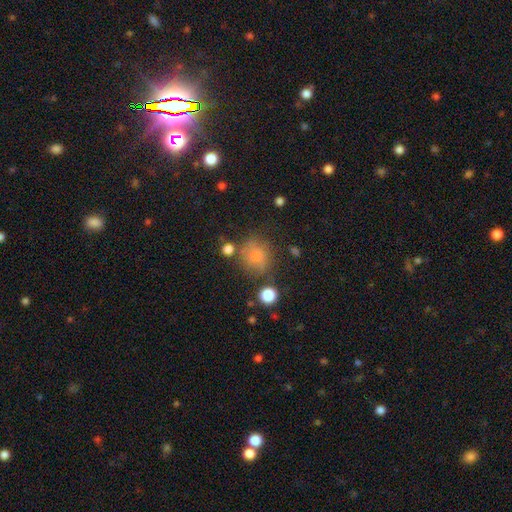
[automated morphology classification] smooth 66%, star or artifact 19%, featured or disk 15%. Down the decision tree: how rounded — round (80%); merging — none (70%).